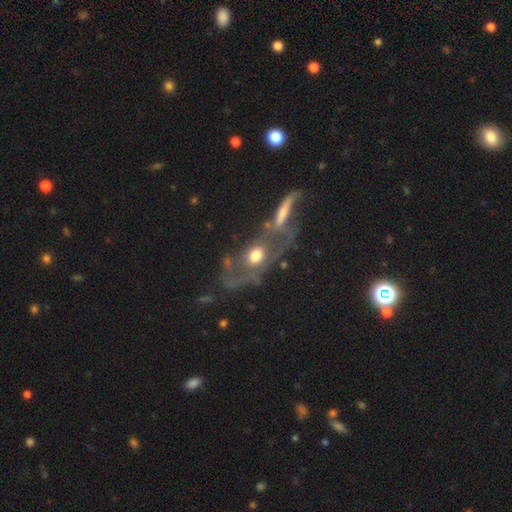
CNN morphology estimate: Smooth or featured?
  - featured or disk: 51% *
  - smooth: 38%
  - star or artifact: 11%
Edge-on disk?
  - no: 86% *
  - yes: 14%
Merging?
  - merger: 34% *
  - none: 27%
  - major disturbance: 24%
  - minor disturbance: 14%